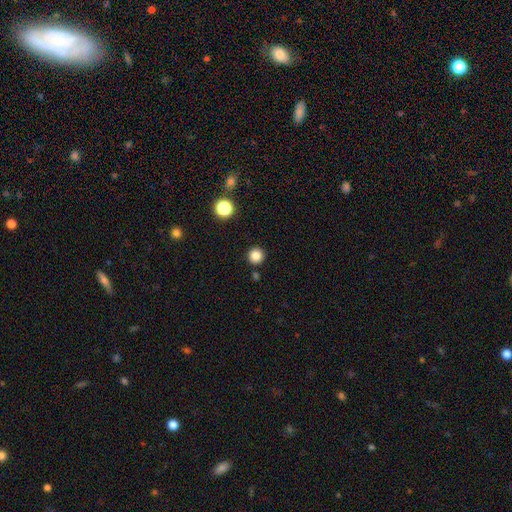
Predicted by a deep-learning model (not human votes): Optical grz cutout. It shows a smooth galaxy with no disk features (84%) that is round (95%). Merging: none (91%).